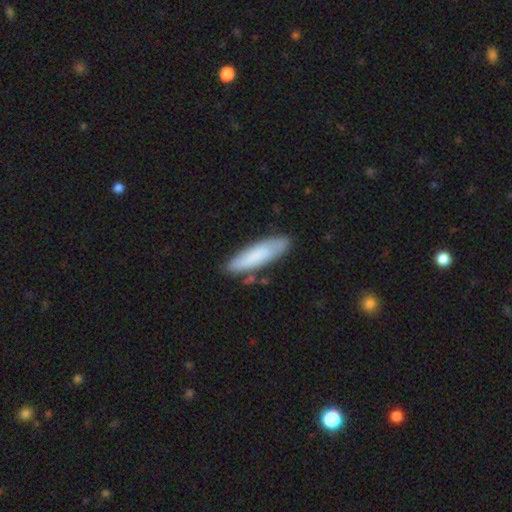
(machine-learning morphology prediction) Smooth or featured: smooth — 77% (featured or disk — 17%)
How rounded: cigar-shaped — 65% (in between — 33%)
Merging: none — 78% (minor disturbance — 16%)